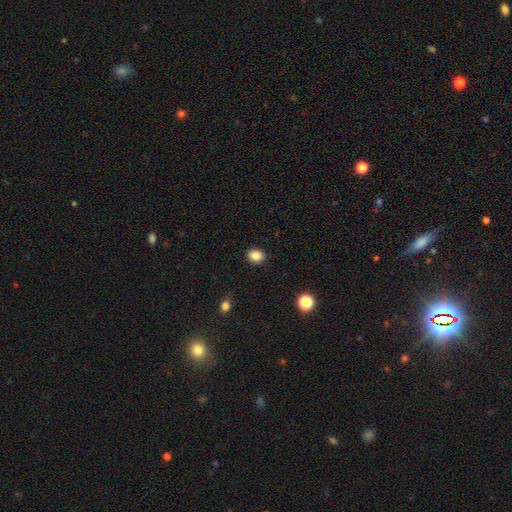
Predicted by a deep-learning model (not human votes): Morphology: type=smooth (86%); roundness=round (59%); merging=none (88%).